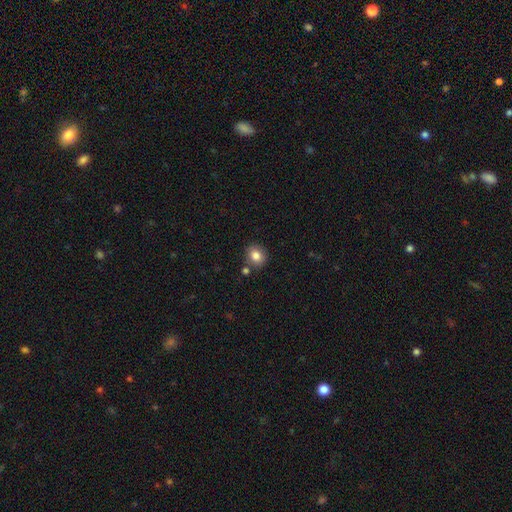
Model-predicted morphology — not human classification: Smooth or featured: smooth — 82% (star or artifact — 10%)
How rounded: round — 71% (in between — 28%)
Merging: none — 79% (minor disturbance — 11%)